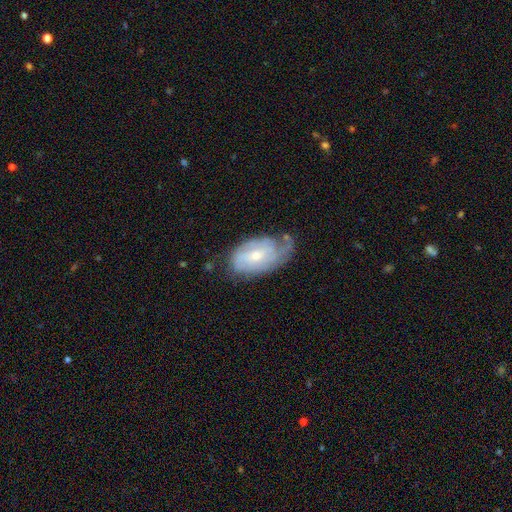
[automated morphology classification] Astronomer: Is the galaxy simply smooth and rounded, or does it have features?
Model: featured or disk — 68%.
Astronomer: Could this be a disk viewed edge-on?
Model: no — 95%.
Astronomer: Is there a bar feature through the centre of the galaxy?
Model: no — 59% (runner-up: weak, 35%).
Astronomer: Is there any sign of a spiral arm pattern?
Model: yes — 84%.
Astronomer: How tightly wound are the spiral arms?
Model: tight — 53% (runner-up: medium, 31%).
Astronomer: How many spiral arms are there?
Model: can't tell — 42% (runner-up: 2, 25%).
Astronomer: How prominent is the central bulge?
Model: small — 52% (runner-up: moderate, 43%).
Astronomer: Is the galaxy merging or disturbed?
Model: none — 46% (runner-up: minor disturbance, 33%).